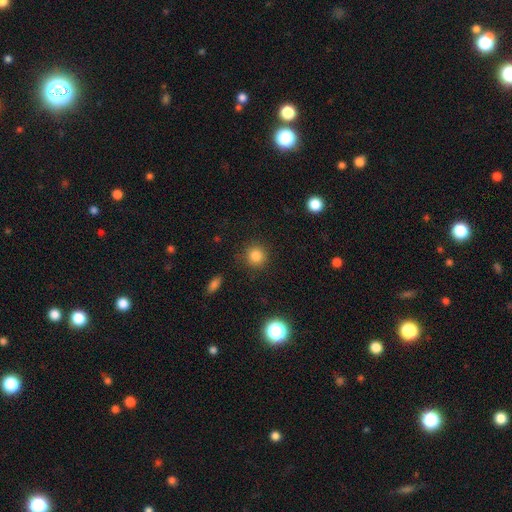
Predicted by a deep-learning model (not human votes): Smooth or featured?
  - smooth: 83% *
  - star or artifact: 12%
  - featured or disk: 5%
How rounded?
  - round: 93% *
  - in between: 6%
  - cigar-shaped: 1%
Merging?
  - none: 88% *
  - minor disturbance: 8%
  - major disturbance: 3%
  - merger: 2%